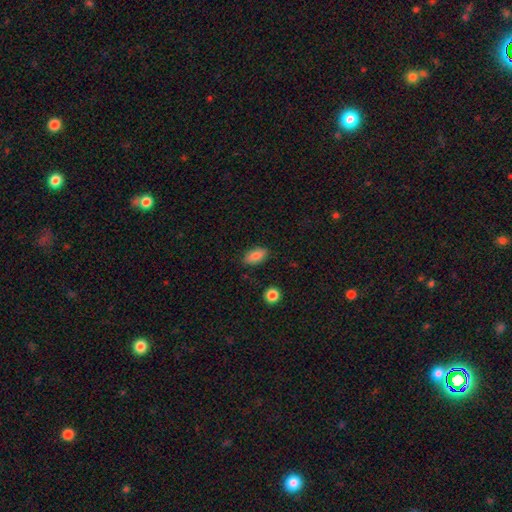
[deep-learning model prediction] Smooth or featured? Predicted: smooth (p=0.85). How rounded? Predicted: in between (p=0.91). Merging? Predicted: none (p=0.85).